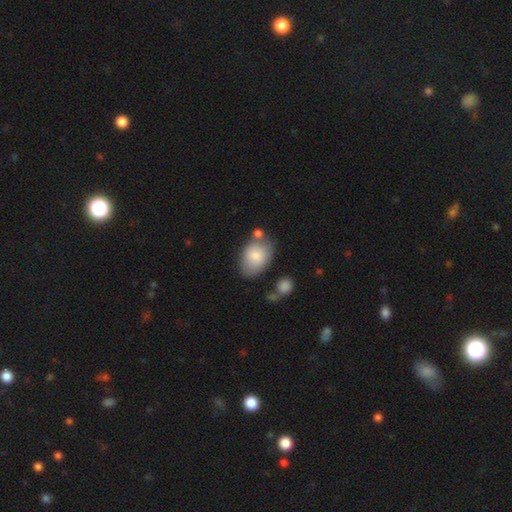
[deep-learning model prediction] Smooth or featured?
  - smooth: 79% *
  - featured or disk: 15%
  - star or artifact: 7%
How rounded?
  - in between: 80% *
  - round: 19%
  - cigar-shaped: 1%
Merging?
  - none: 57% *
  - minor disturbance: 21%
  - merger: 15%
  - major disturbance: 7%